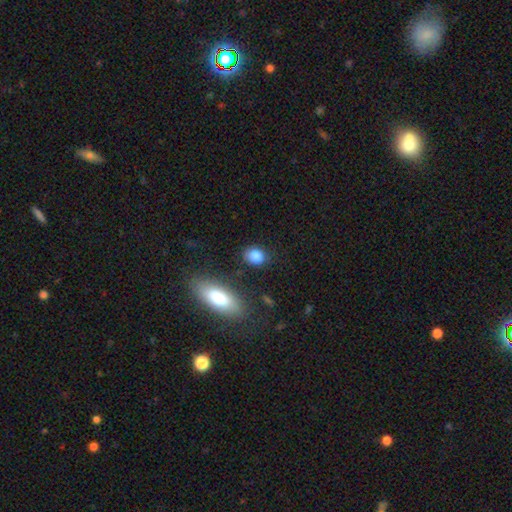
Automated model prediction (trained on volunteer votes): The model was most divided on "how rounded": in between: 57%, round: 40%, cigar-shaped: 2%. More confident: smooth or featured — smooth (86%); merging — none (74%).